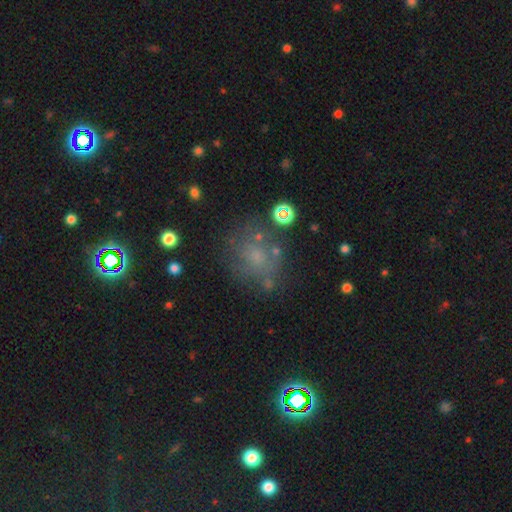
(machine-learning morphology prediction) Smooth or featured?
  - smooth: 52% *
  - star or artifact: 25%
  - featured or disk: 24%
How rounded?
  - round: 68% *
  - in between: 30%
  - cigar-shaped: 1%
Merging?
  - none: 61% *
  - minor disturbance: 20%
  - major disturbance: 13%
  - merger: 7%